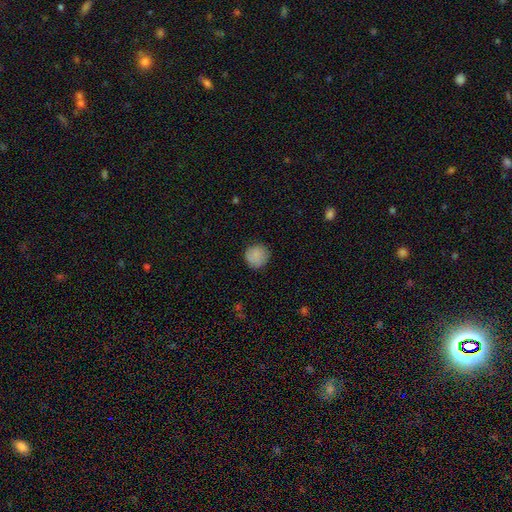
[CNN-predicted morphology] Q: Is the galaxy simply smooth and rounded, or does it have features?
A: smooth — 87%.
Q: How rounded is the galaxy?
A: round — 92%.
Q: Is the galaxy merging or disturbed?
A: none — 84%.